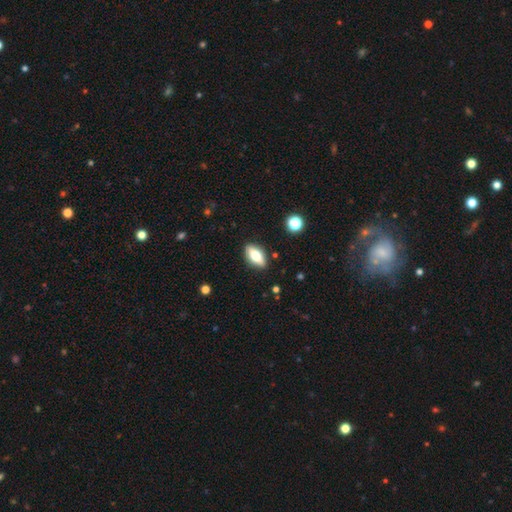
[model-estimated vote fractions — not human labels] Overall: smooth (60%; featured or disk 33%). How rounded: in between (81%). Merging: none (87%).